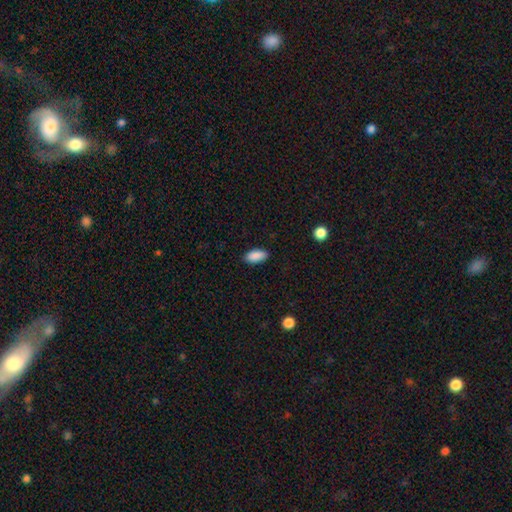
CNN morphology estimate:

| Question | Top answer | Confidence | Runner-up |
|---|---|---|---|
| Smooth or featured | smooth | 90% | star or artifact (7%) |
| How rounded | in between | 90% | cigar-shaped (7%) |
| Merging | none | 87% | minor disturbance (9%) |